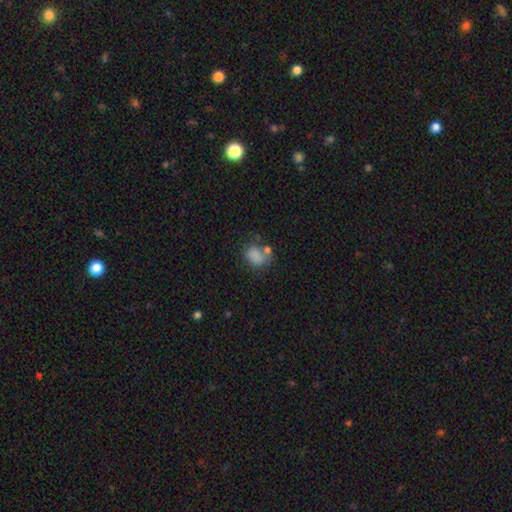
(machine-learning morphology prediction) Smooth or featured? Predicted: smooth (p=0.80). How rounded? Predicted: in between (p=0.65). Merging? Predicted: none (p=0.49).